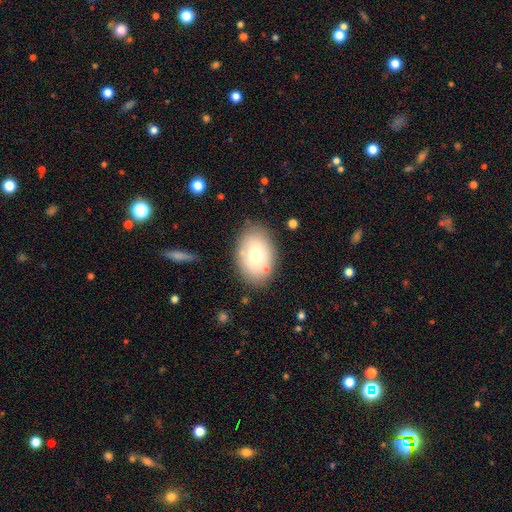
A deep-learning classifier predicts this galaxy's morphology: smooth 68%, featured or disk 24%, star or artifact 8%. Down the decision tree: how rounded — in between (82%); merging — none (80%).